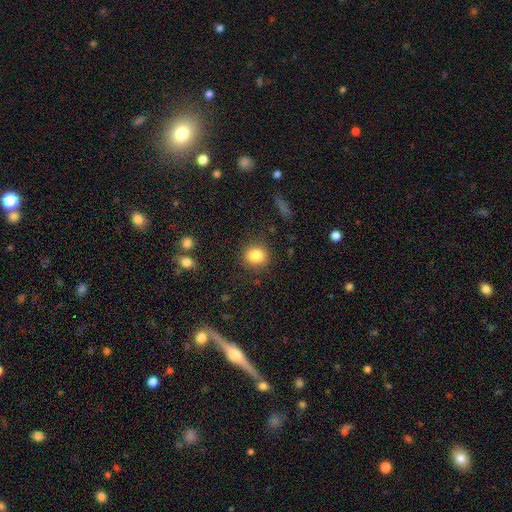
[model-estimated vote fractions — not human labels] smooth_or_featured: smooth (p=0.84) [alt: star or artifact p=0.10]
how_rounded: round (p=0.81) [alt: in between p=0.18]
merging: none (p=0.87) [alt: minor disturbance p=0.08]